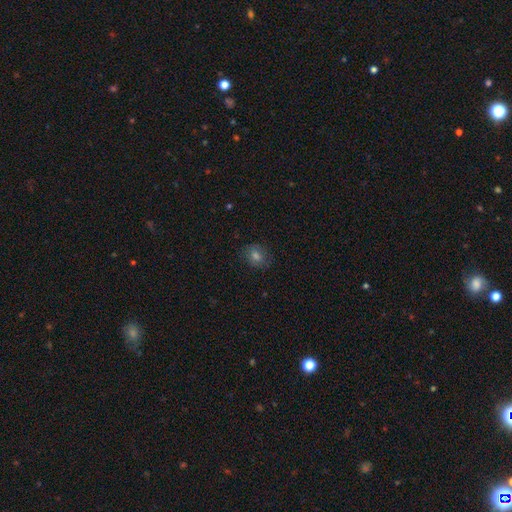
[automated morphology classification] A smooth galaxy with no disk features (68%) that is round (65%).

Vote fractions:
- Smooth or featured? smooth: 68% / star or artifact: 18% / featured or disk: 14%
- How rounded? round: 65% / in between: 34% / cigar-shaped: 1%
- Merging? none: 83% / minor disturbance: 12% / major disturbance: 4% / merger: 1%